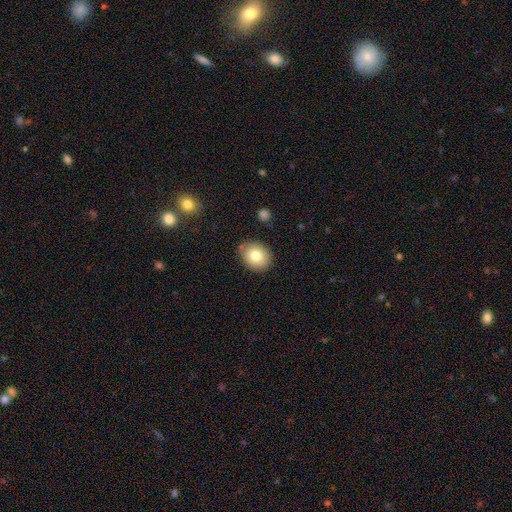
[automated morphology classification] smooth 78%, featured or disk 12%, star or artifact 10%. Down the decision tree: how rounded — round (53%); merging — none (82%).